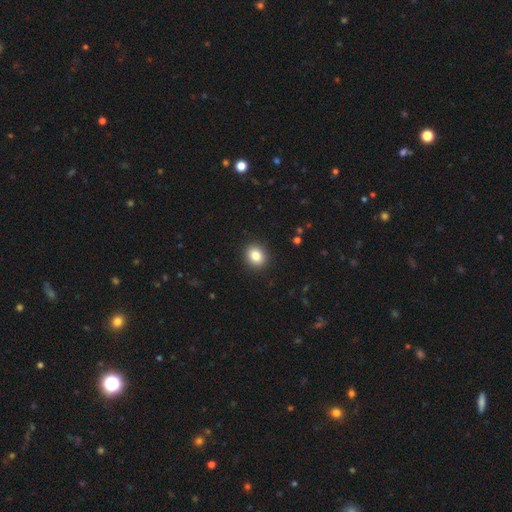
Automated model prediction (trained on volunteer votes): This is clearly a smooth galaxy (84%). How rounded: likely round (72%). Merging: clearly none (91%).